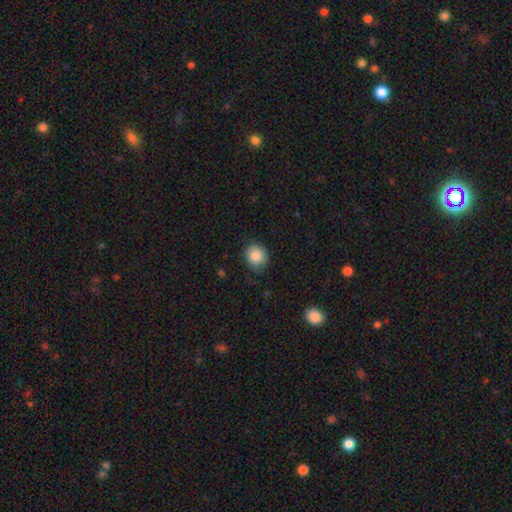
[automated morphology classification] Overall: smooth (87%). How rounded: round (72%). Merging: none (75%).